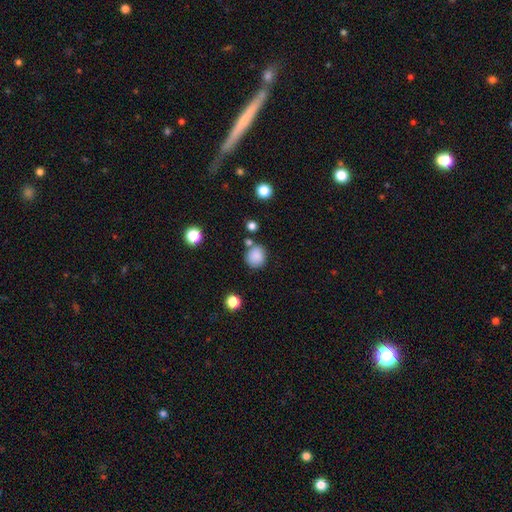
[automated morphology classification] smooth 85%, star or artifact 10%, featured or disk 5%. Down the decision tree: how rounded — round (82%); merging — none (73%).